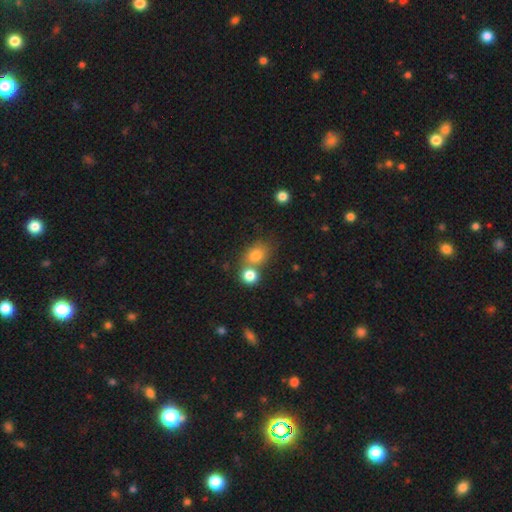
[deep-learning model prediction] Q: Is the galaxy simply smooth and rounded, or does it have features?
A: smooth — 79%.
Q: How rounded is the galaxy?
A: round — 58%.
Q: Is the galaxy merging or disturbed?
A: none — 46%.